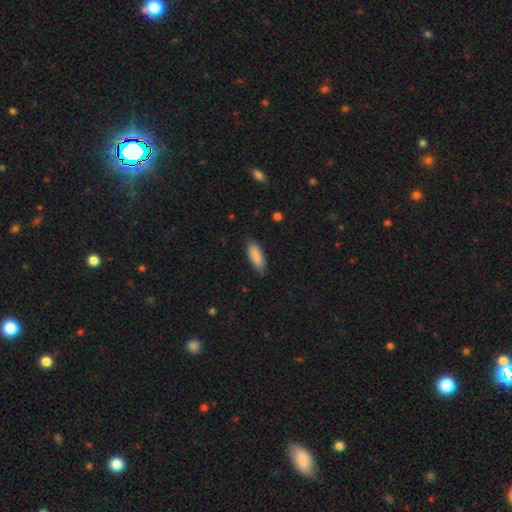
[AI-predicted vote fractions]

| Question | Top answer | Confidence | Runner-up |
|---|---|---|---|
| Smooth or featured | smooth | 88% | featured or disk (6%) |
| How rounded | in between | 70% | cigar-shaped (28%) |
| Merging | none | 85% | minor disturbance (12%) |